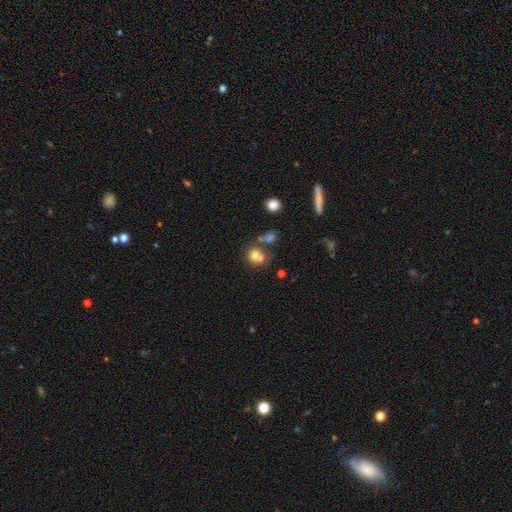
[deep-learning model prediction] Smooth or featured? Predicted: smooth (p=0.70). How rounded? Predicted: round (p=0.79). Merging? Predicted: merger (p=0.45).